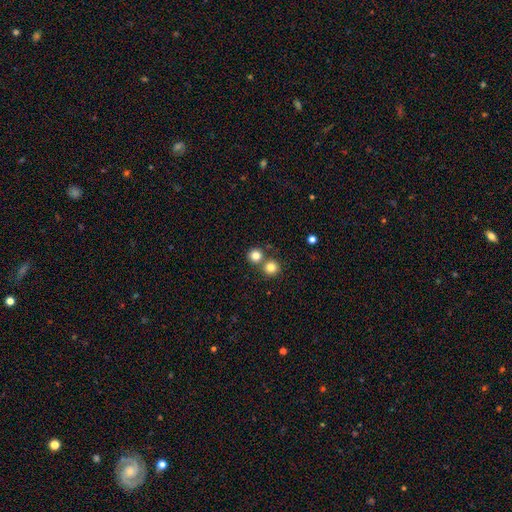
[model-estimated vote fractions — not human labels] smooth 81%, star or artifact 13%, featured or disk 6%. Down the decision tree: how rounded — round (92%); merging — none (67%).